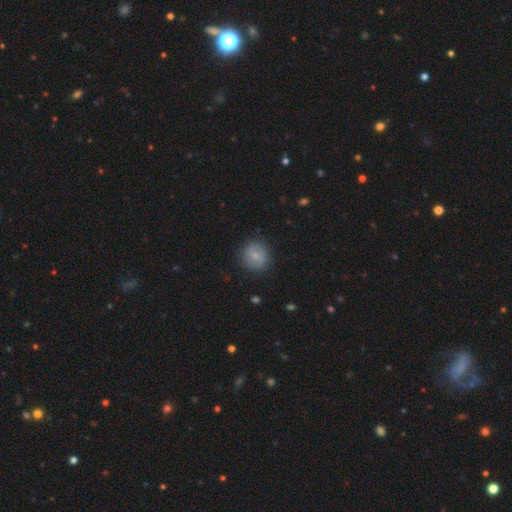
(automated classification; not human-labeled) Q: Smooth or featured?
A: smooth (73%); runner-up: featured or disk (19%)
Q: How rounded?
A: round (86%); runner-up: in between (13%)
Q: Merging?
A: none (85%); runner-up: minor disturbance (10%)